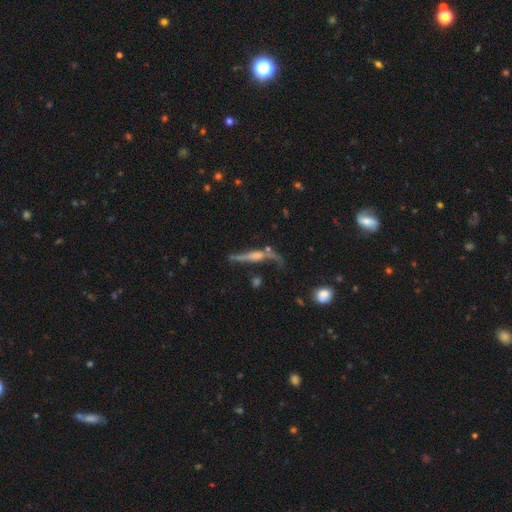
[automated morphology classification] The model was most divided on "merging": none: 54%, minor disturbance: 21%, major disturbance: 15%, merger: 11%. More confident: edge-on disk — yes (86%); smooth or featured — featured or disk (73%); edge-on bulge — rounded (72%).